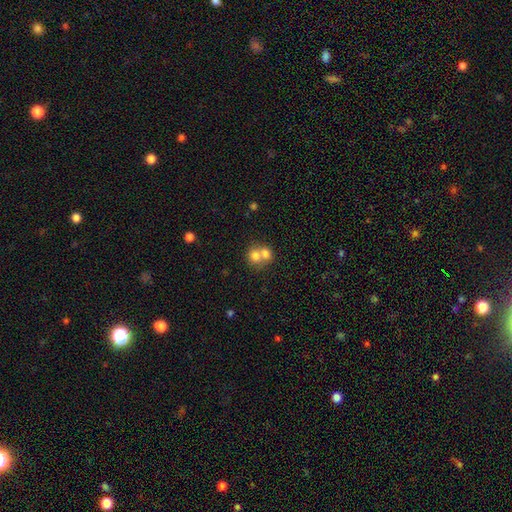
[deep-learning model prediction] smooth_or_featured: smooth (p=0.72) [alt: featured or disk p=0.17]
how_rounded: round (p=0.72) [alt: in between p=0.27]
merging: merger (p=0.67) [alt: none p=0.26]